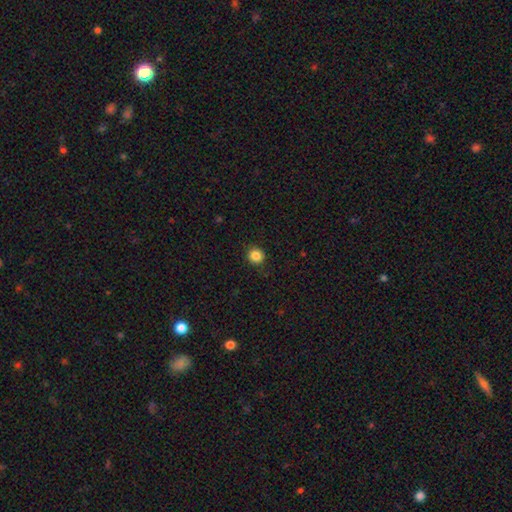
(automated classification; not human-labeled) Smooth or featured? smooth (85%)
How rounded? round (90%)
Merging? none (90%)